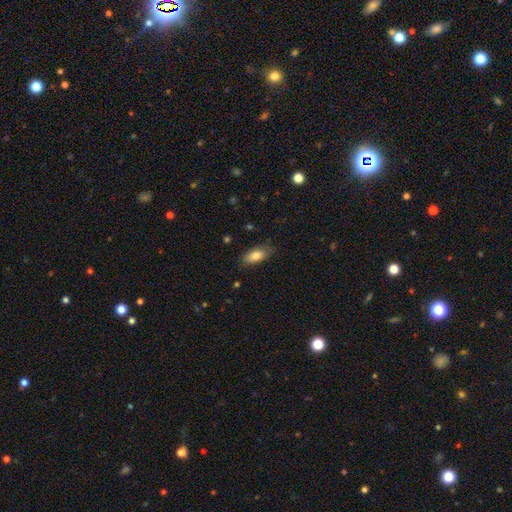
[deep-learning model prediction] A smooth galaxy with no disk features (82%) that is in between round and cigar-shaped (86%).

Vote fractions:
- Smooth or featured? smooth: 82% / featured or disk: 11% / star or artifact: 7%
- How rounded? in between: 86% / cigar-shaped: 11% / round: 2%
- Merging? none: 76% / minor disturbance: 18% / major disturbance: 4% / merger: 1%